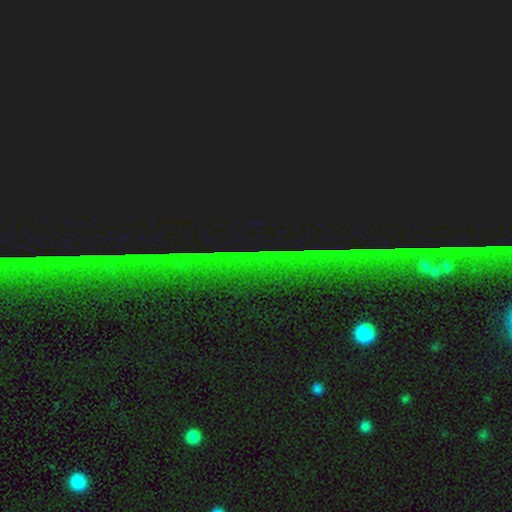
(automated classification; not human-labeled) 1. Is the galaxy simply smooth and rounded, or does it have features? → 85% star or artifact, 8% featured or disk, 7% smooth.